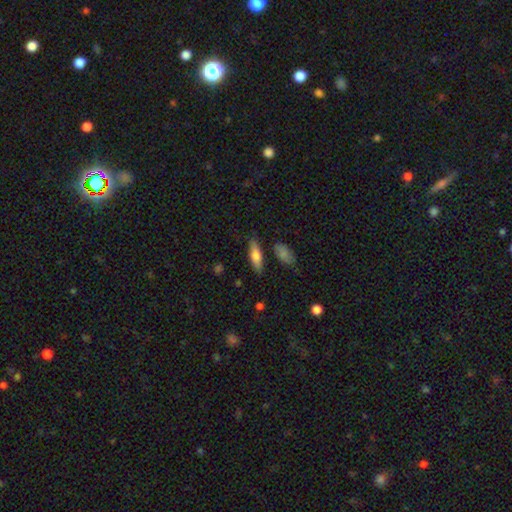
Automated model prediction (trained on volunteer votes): Smooth or featured? smooth (67%)
How rounded? in between (50%)
Merging? none (81%)